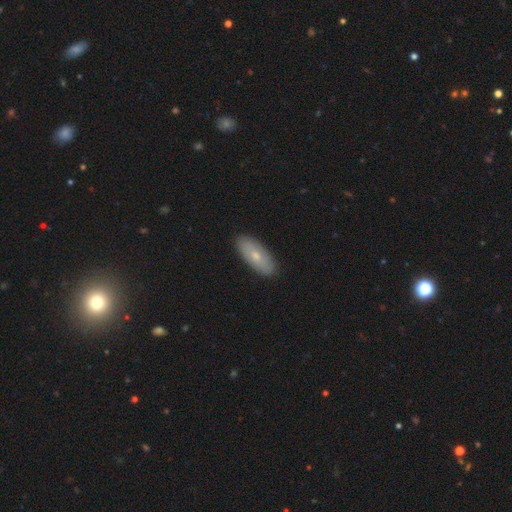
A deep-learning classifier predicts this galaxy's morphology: Overall: smooth (65%; featured or disk 29%). How rounded: in between (82%). Merging: none (89%).